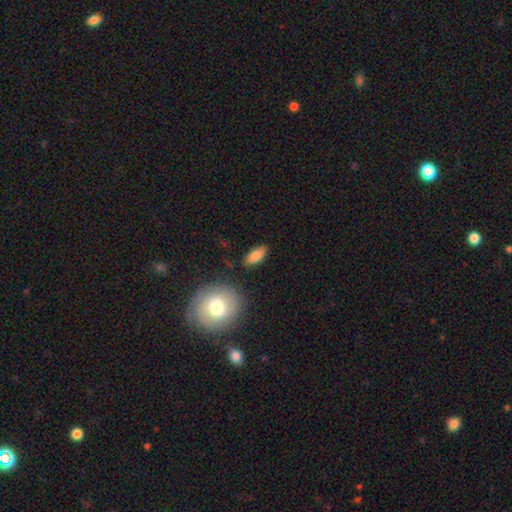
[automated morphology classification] Smooth or featured? Predicted: smooth (p=0.81). How rounded? Predicted: in between (p=0.86). Merging? Predicted: none (p=0.83).